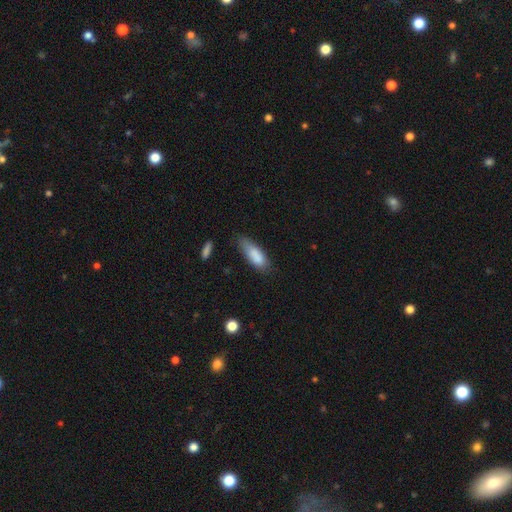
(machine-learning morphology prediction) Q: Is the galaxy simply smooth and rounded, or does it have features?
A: smooth — 83%.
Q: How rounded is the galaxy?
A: in between — 60%.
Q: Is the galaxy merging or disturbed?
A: none — 59%.